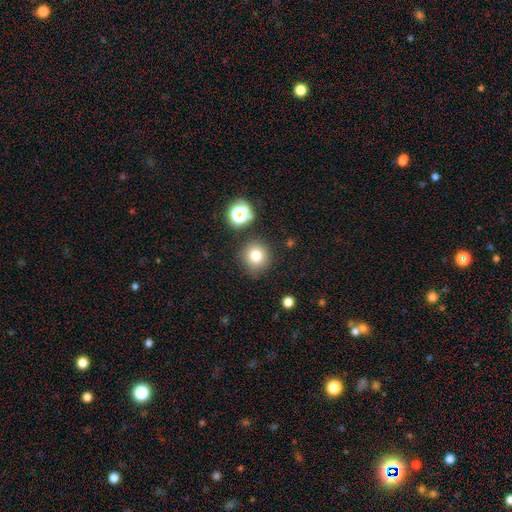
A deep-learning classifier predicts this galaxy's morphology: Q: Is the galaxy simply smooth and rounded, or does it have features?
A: smooth — 76%.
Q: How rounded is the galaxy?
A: round — 92%.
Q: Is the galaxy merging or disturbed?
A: none — 84%.